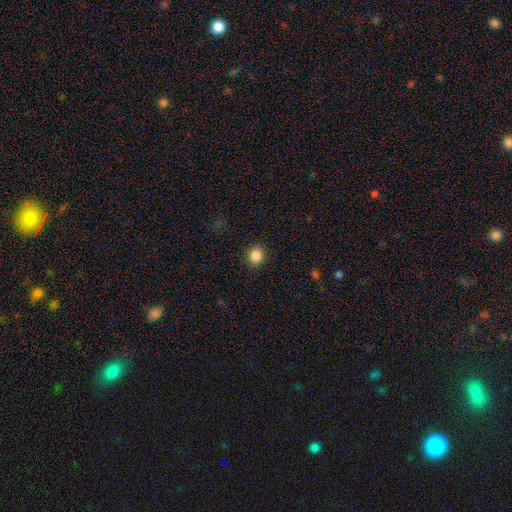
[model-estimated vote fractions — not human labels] Overall: smooth (86%). How rounded: round (85%). Merging: none (90%).